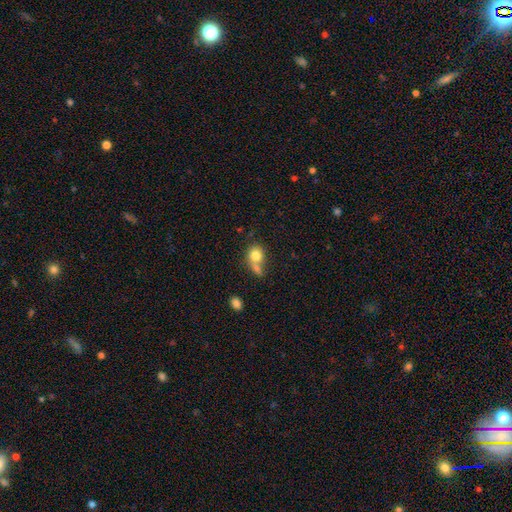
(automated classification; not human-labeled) smooth-or-featured: smooth: 78% | featured or disk: 13% | star or artifact: 9%
  how-rounded: round: 69% | in between: 30% | cigar-shaped: 1%
  merging: merger: 43% | none: 36% | minor disturbance: 13% | major disturbance: 8%